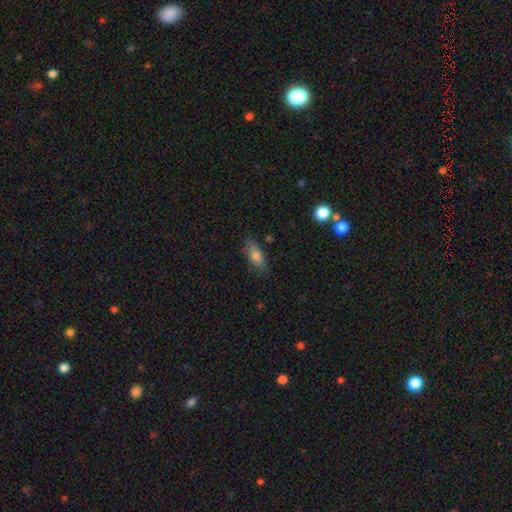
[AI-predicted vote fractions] Morphology: type=smooth (74%); roundness=in between (73%); merging=none (78%).